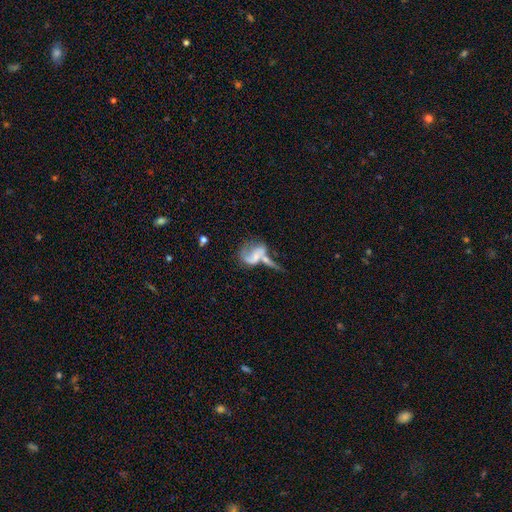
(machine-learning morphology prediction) Smooth or featured: featured or disk — 59% (smooth — 31%)
Edge-on disk: no — 95% (yes — 5%)
Bar: no — 62% (weak — 27%)
Spiral arms: yes — 62% (no — 38%)
Bulge size: small — 37% (none — 34%)
Merging: merger — 51% (major disturbance — 24%)